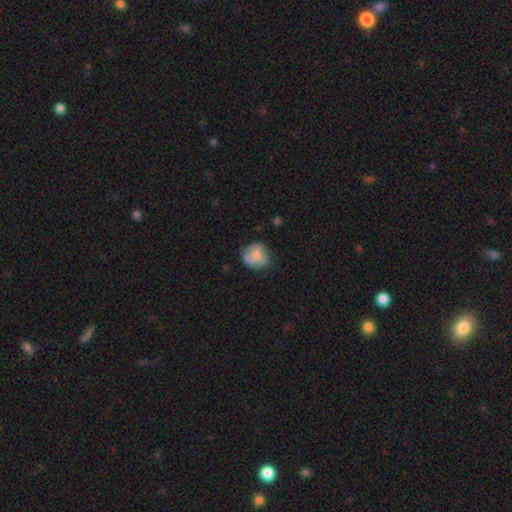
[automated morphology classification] This appears to be a smooth galaxy with no disk features (54%) that is round (77%). Merging: none (61%).